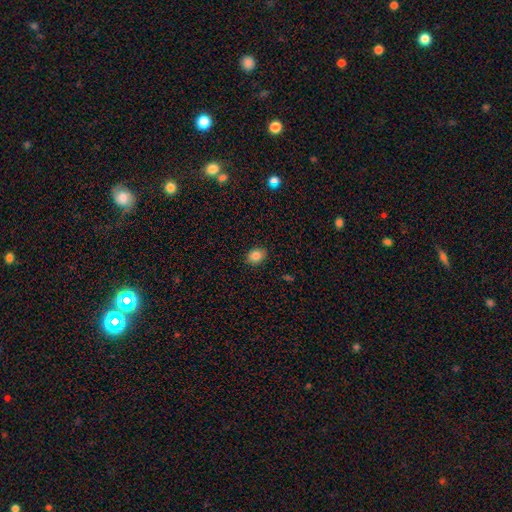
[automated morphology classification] smooth-or-featured: smooth: 84% | star or artifact: 9% | featured or disk: 7%
  how-rounded: in between: 61% | round: 38% | cigar-shaped: 1%
  merging: none: 88% | minor disturbance: 9% | major disturbance: 2% | merger: 1%